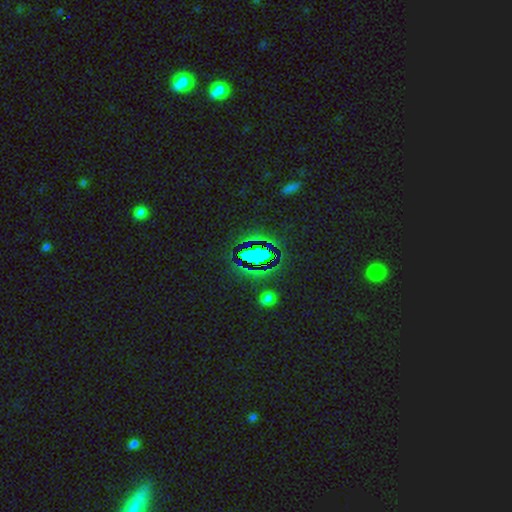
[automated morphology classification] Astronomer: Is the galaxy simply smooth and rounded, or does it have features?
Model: star or artifact — 69%.